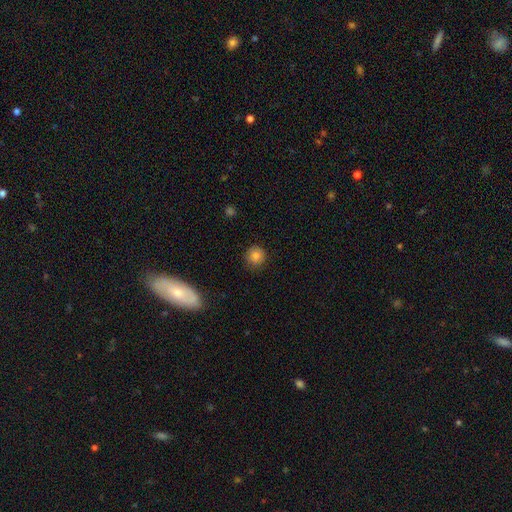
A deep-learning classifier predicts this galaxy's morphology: Smooth or featured?
  - smooth: 81% *
  - star or artifact: 11%
  - featured or disk: 8%
How rounded?
  - round: 92% *
  - in between: 7%
  - cigar-shaped: 1%
Merging?
  - none: 88% *
  - minor disturbance: 9%
  - major disturbance: 2%
  - merger: 1%